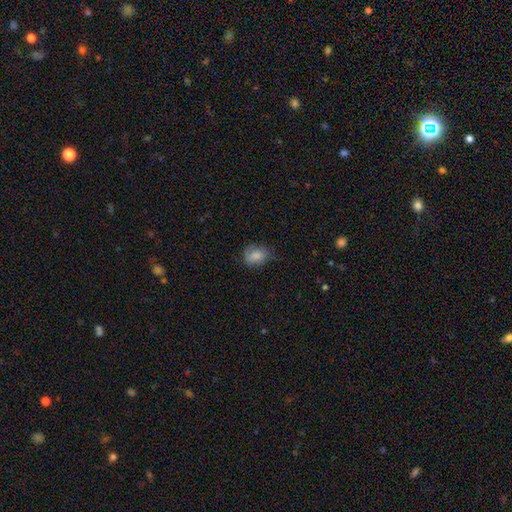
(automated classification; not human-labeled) Morphology: type=smooth (78%); roundness=in between (63%); merging=none (58%).